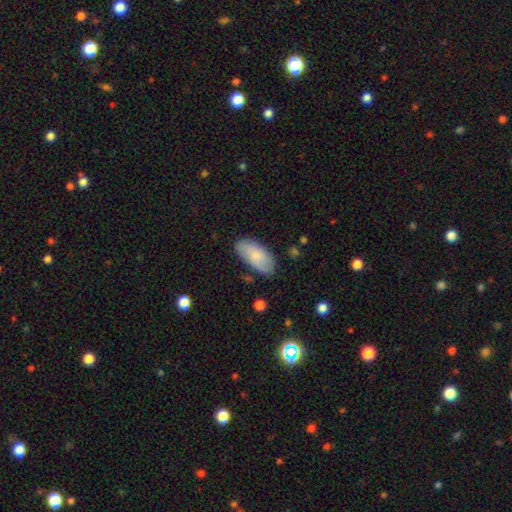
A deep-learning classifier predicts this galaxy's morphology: A smooth galaxy with no disk features (75%) that is in between round and cigar-shaped (93%). Merging: none (77%).